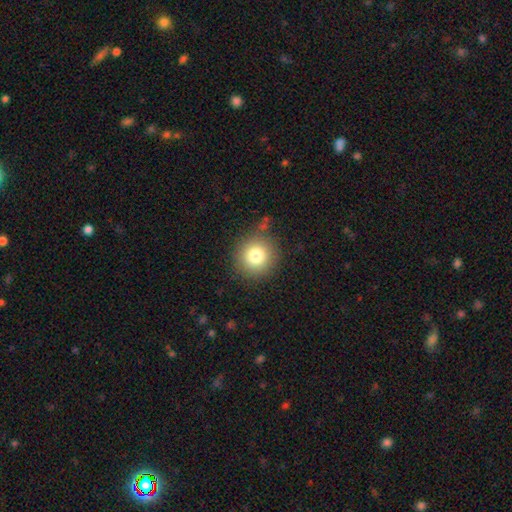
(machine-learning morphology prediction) smooth 80%, star or artifact 11%, featured or disk 9%. Down the decision tree: how rounded — round (93%); merging — none (85%).